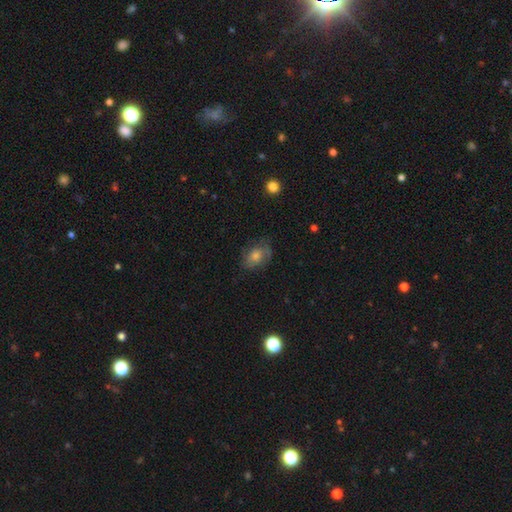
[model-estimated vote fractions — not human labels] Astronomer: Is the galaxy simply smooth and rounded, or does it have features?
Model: smooth — 48% (runner-up: featured or disk, 37%).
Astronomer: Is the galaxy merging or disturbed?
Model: none — 70%.